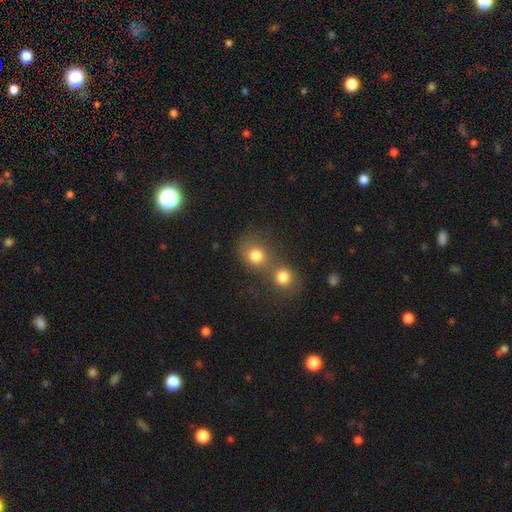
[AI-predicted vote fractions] Smooth or featured? Predicted: smooth (p=0.79). How rounded? Predicted: round (p=0.76). Merging? Predicted: merger (p=0.49).